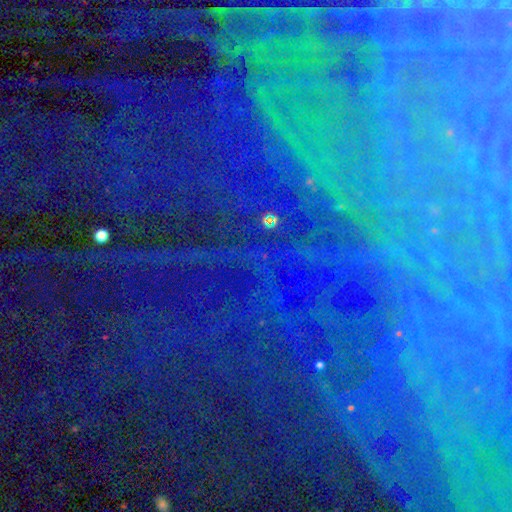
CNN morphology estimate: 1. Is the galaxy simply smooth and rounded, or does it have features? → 84% star or artifact, 9% featured or disk, 7% smooth.